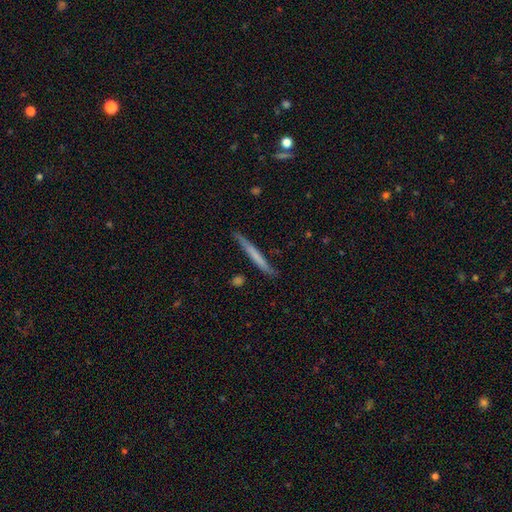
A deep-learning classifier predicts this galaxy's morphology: Smooth or featured?
  - smooth: 55% *
  - featured or disk: 39%
  - star or artifact: 6%
How rounded?
  - cigar-shaped: 97% *
  - in between: 2%
  - round: 1%
Merging?
  - none: 84% *
  - minor disturbance: 12%
  - major disturbance: 2%
  - merger: 2%